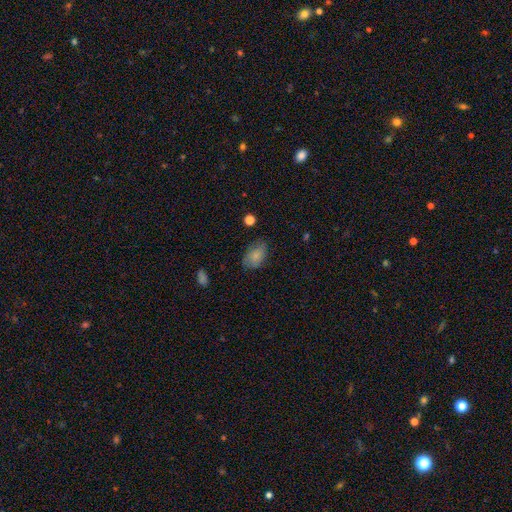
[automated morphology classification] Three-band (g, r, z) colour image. It shows a smooth galaxy with no disk features (78%) that is in between round and cigar-shaped (87%). Merging: none (68%).